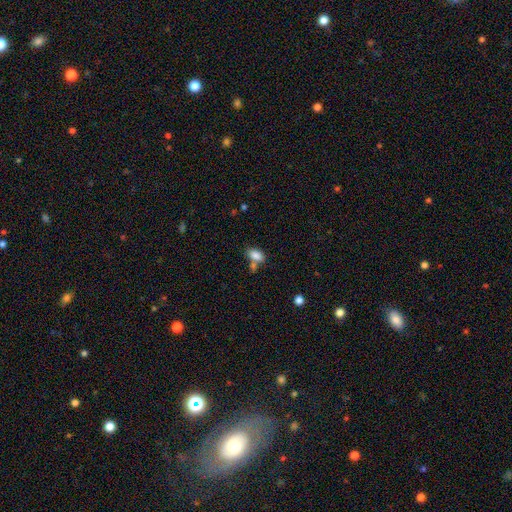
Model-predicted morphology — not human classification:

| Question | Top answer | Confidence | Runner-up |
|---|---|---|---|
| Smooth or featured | smooth | 84% | star or artifact (9%) |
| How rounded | in between | 90% | round (7%) |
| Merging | none | 50% | merger (29%) |